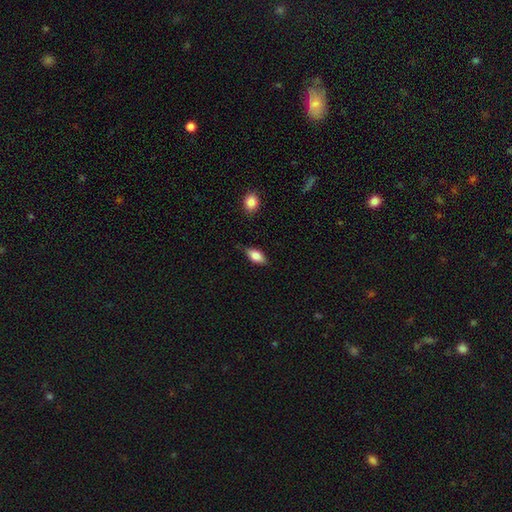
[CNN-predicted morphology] smooth-or-featured: smooth: 78% | featured or disk: 15% | star or artifact: 7%
  how-rounded: in between: 87% | cigar-shaped: 9% | round: 4%
  merging: none: 79% | minor disturbance: 16% | major disturbance: 3% | merger: 2%